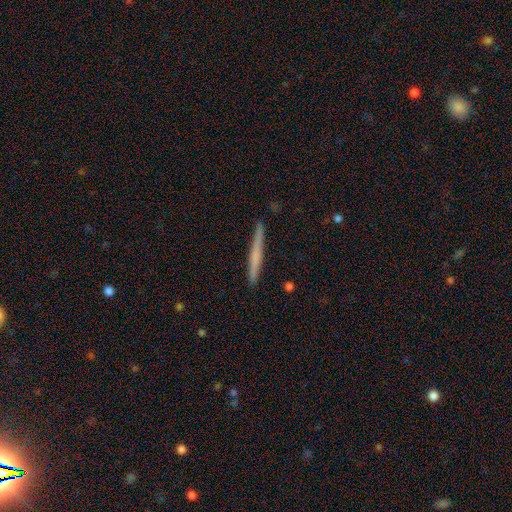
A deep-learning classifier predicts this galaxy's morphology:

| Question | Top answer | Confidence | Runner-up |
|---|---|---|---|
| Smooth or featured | smooth | 52% | featured or disk (42%) |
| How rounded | cigar-shaped | 97% | in between (2%) |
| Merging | none | 91% | minor disturbance (7%) |